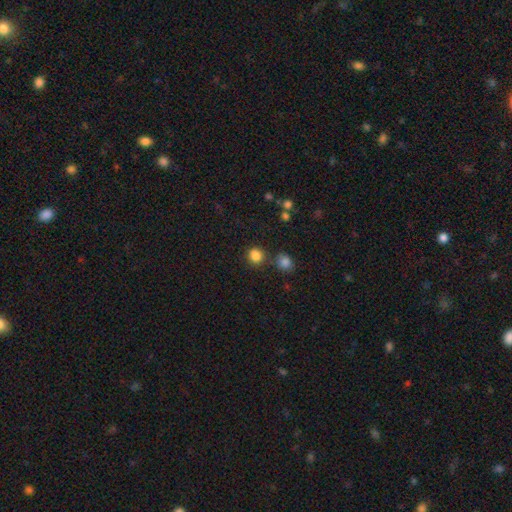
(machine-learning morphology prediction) smooth-or-featured: smooth: 83% | star or artifact: 12% | featured or disk: 4%
  how-rounded: round: 79% | in between: 20% | cigar-shaped: 1%
  merging: none: 75% | merger: 11% | minor disturbance: 11% | major disturbance: 4%